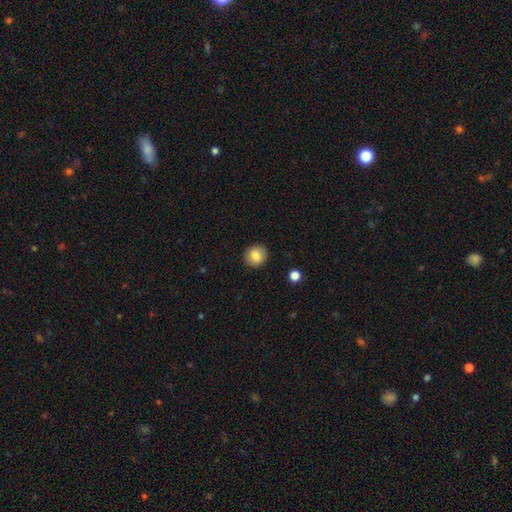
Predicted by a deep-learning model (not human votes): Morphology: type=smooth (83%); roundness=round (83%); merging=none (91%).